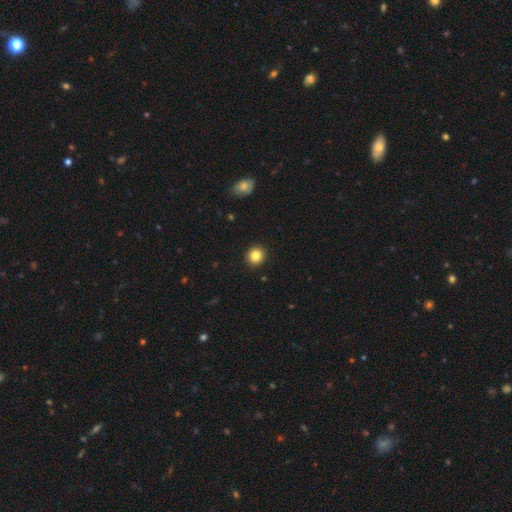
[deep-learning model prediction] Smooth or featured?
  - smooth: 84% *
  - star or artifact: 11%
  - featured or disk: 6%
How rounded?
  - round: 90% *
  - in between: 9%
  - cigar-shaped: 1%
Merging?
  - none: 92% *
  - minor disturbance: 5%
  - major disturbance: 2%
  - merger: 1%